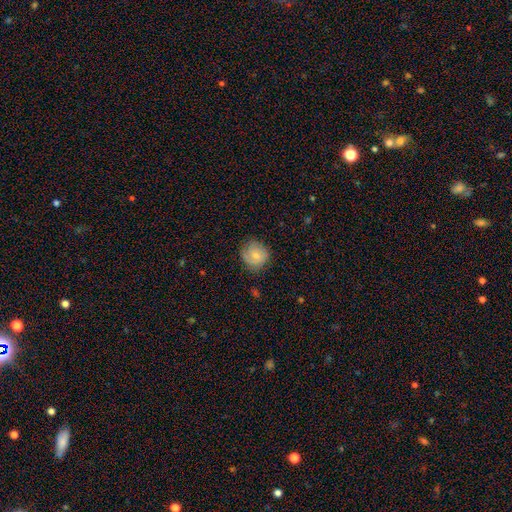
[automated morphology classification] Smooth or featured?
  - smooth: 64% *
  - featured or disk: 28%
  - star or artifact: 8%
How rounded?
  - round: 85% *
  - in between: 14%
  - cigar-shaped: 1%
Merging?
  - none: 72% *
  - minor disturbance: 21%
  - major disturbance: 6%
  - merger: 1%